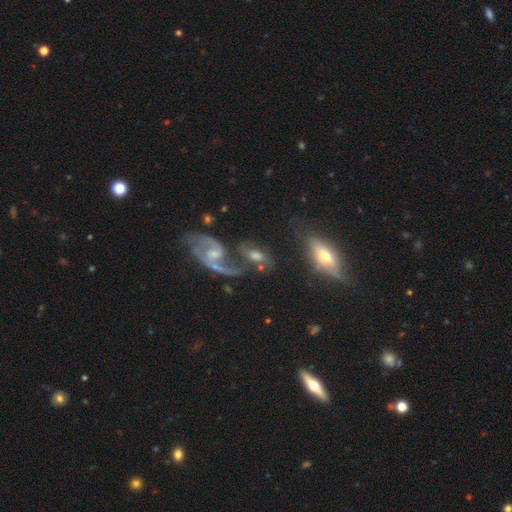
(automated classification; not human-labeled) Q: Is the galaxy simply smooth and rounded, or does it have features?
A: featured or disk — 60%.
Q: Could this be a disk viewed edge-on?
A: no — 92%.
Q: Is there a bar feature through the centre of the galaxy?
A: no — 46%.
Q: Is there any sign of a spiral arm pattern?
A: yes — 79%.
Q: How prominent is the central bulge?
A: moderate — 39%, tied with small.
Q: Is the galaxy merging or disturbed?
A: merger — 39%.